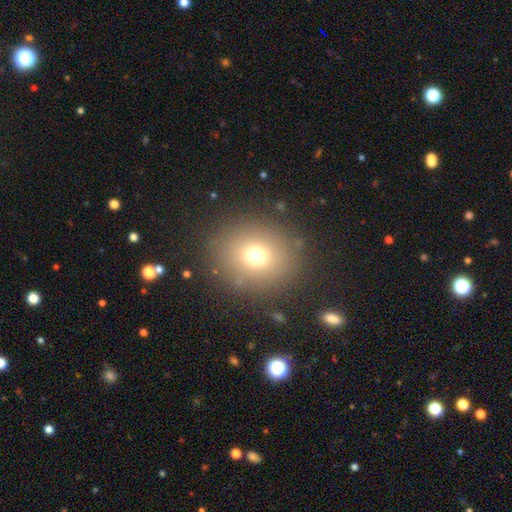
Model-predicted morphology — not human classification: This appears to be a smooth galaxy with no disk features (70%) that is round (79%). Merging: none (86%).